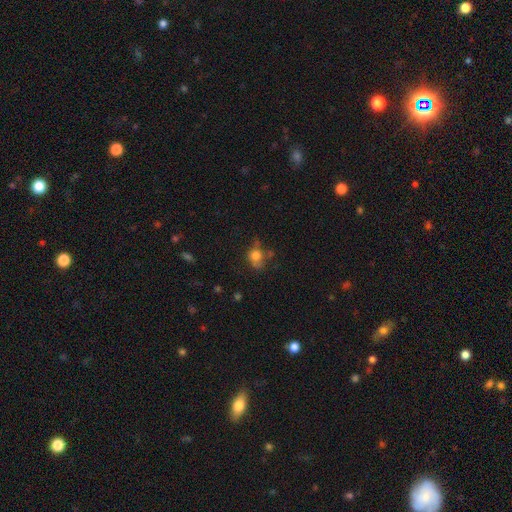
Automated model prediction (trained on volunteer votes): smooth-or-featured: smooth: 71% | featured or disk: 16% | star or artifact: 14%
  how-rounded: round: 66% | in between: 33% | cigar-shaped: 2%
  merging: none: 50% | minor disturbance: 26% | major disturbance: 15% | merger: 9%